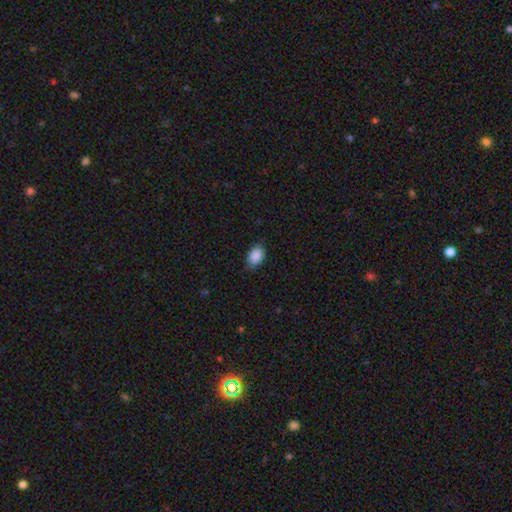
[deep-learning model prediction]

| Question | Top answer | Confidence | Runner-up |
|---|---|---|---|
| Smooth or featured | smooth | 90% | star or artifact (7%) |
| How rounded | in between | 88% | round (11%) |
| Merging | none | 81% | minor disturbance (16%) |